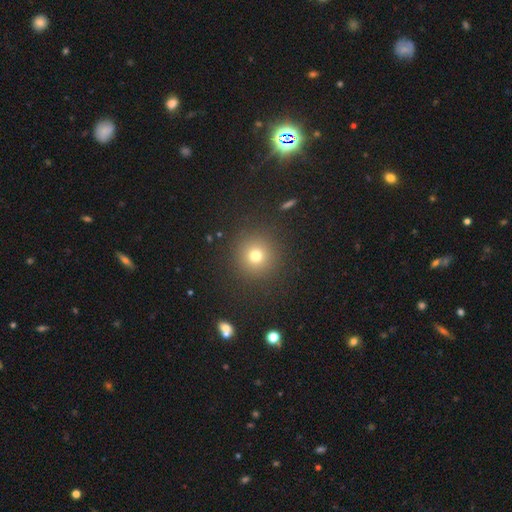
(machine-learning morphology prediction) The model was most divided on "smooth or featured": smooth: 73%, star or artifact: 18%, featured or disk: 9%. More confident: how rounded — round (94%); merging — none (90%).